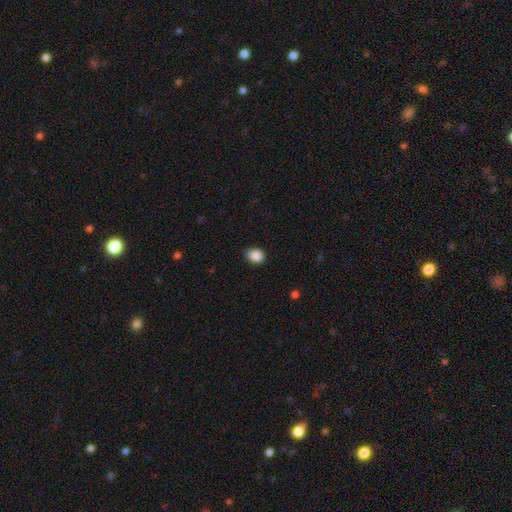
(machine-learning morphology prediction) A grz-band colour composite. It shows a smooth galaxy with no disk features (88%) that is in between round and cigar-shaped (55%). Merging: none (82%).